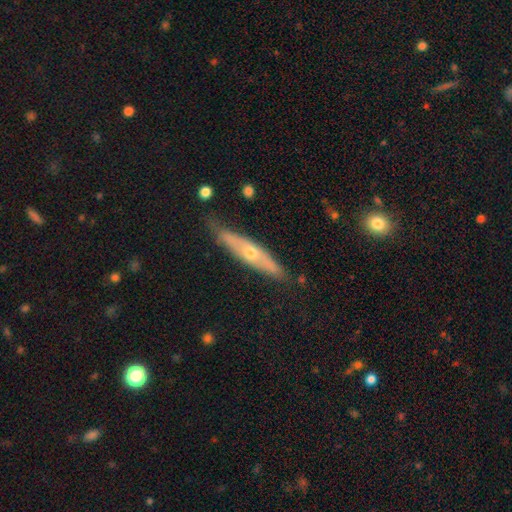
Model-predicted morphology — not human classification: Overall: featured or disk (64%; smooth 30%). Edge-on disk: yes (78%). Merging: none (78%).